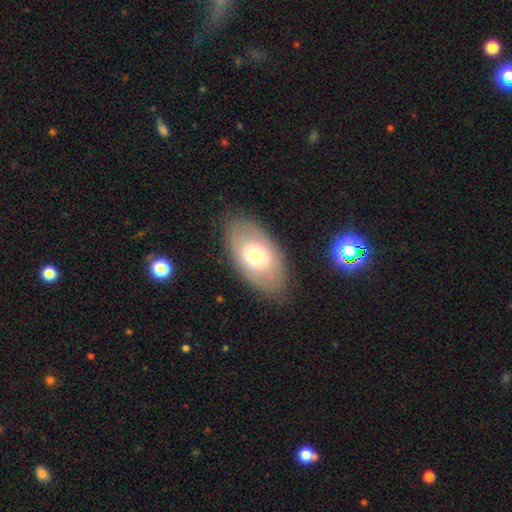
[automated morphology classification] This is possibly a smooth galaxy (60%). How rounded: clearly in between (92%). Merging: clearly none (82%).